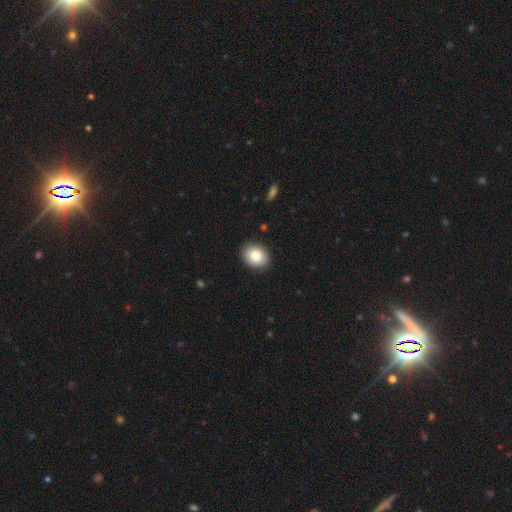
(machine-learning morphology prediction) Smooth or featured? Predicted: smooth (p=0.84). How rounded? Predicted: in between (p=0.62). Merging? Predicted: none (p=0.89).